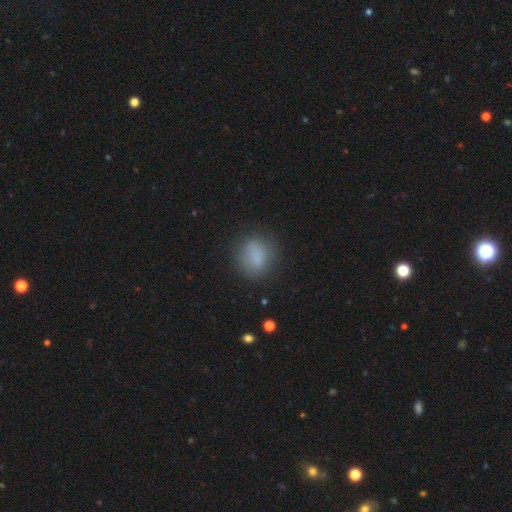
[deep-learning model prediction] Overall: smooth (81%). How rounded: round (57%; in between 41%). Merging: none (78%).